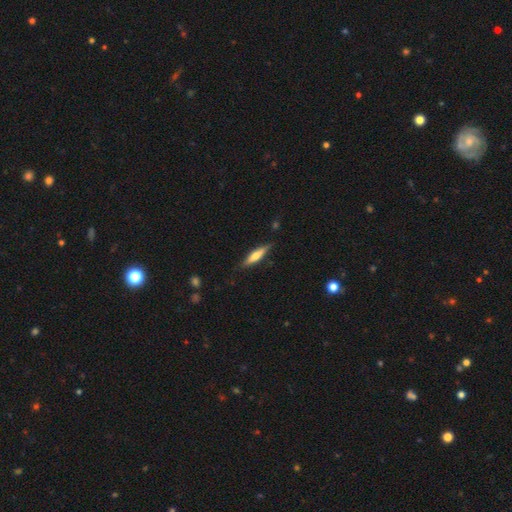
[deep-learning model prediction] Smooth or featured? smooth (48%)
Merging? none (83%)